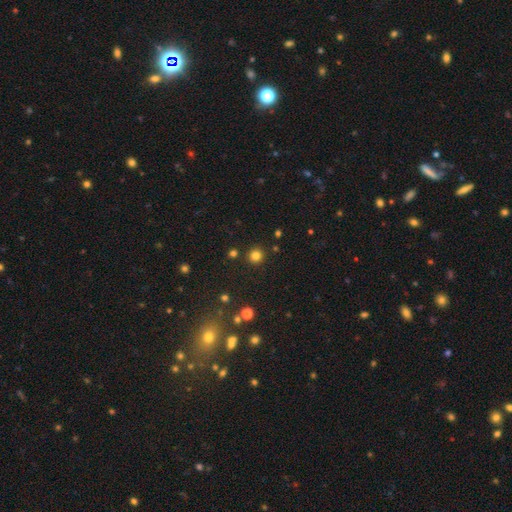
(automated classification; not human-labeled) This is clearly a smooth galaxy (80%). How rounded: clearly round (94%). Merging: clearly none (90%).